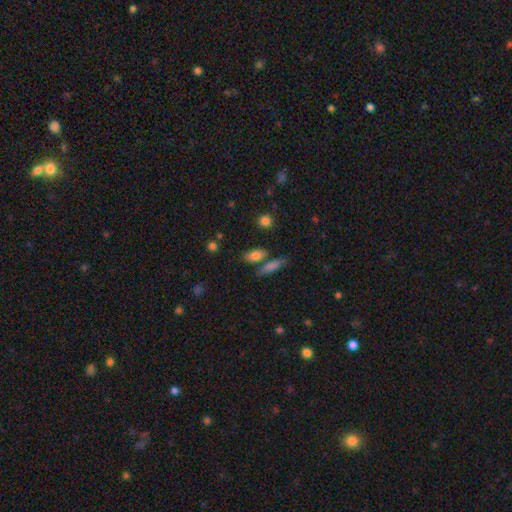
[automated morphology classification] This is clearly a smooth galaxy (80%). How rounded: likely in between (76%). Merging: likely none (68%).